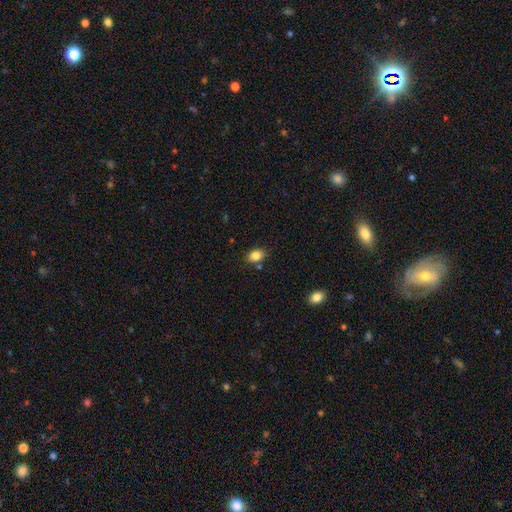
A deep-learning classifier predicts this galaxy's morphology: This appears to be a smooth galaxy with no disk features (84%) that is in between round and cigar-shaped (73%). Merging: none (80%).